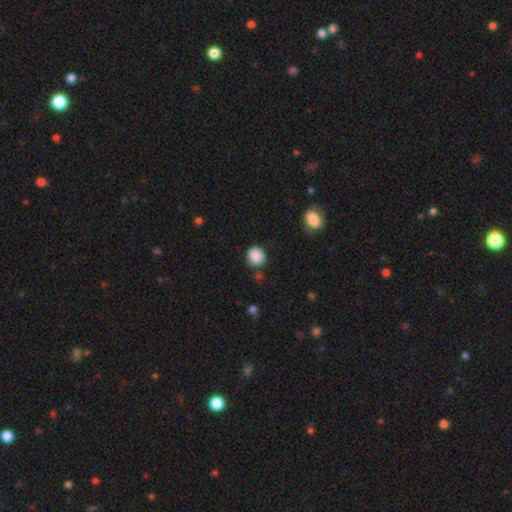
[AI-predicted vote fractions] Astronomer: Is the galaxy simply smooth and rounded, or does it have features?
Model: smooth — 88%.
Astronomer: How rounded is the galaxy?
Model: round — 83%.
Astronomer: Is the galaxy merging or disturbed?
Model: none — 81%.